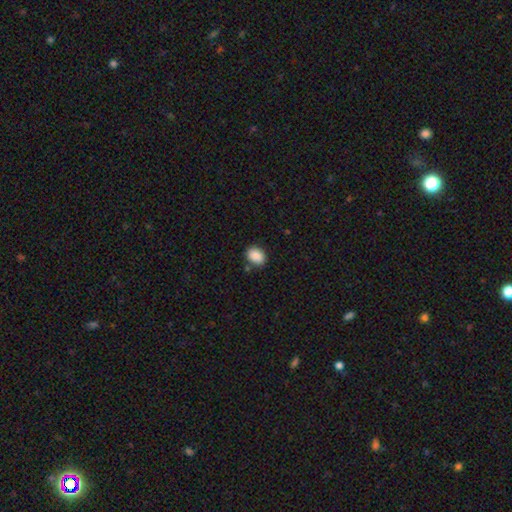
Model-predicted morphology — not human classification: A smooth galaxy with no disk features (88%) that is in between round and cigar-shaped (60%).

Vote fractions:
- Smooth or featured? smooth: 88% / star or artifact: 8% / featured or disk: 4%
- How rounded? in between: 60% / round: 39% / cigar-shaped: 1%
- Merging? none: 83% / minor disturbance: 11% / merger: 3% / major disturbance: 3%